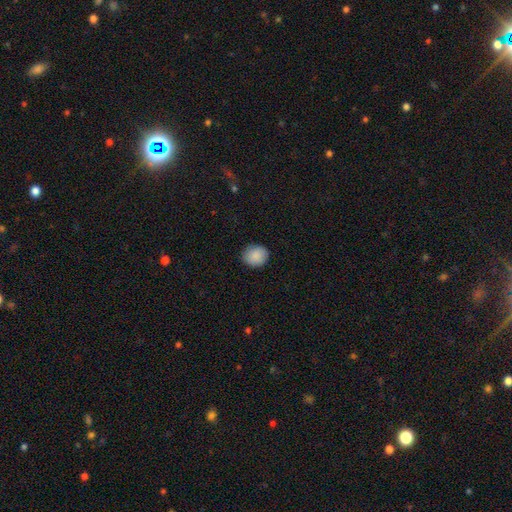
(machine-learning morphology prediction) Smooth or featured? Predicted: smooth (p=0.89). How rounded? Predicted: round (p=0.78). Merging? Predicted: none (p=0.88).